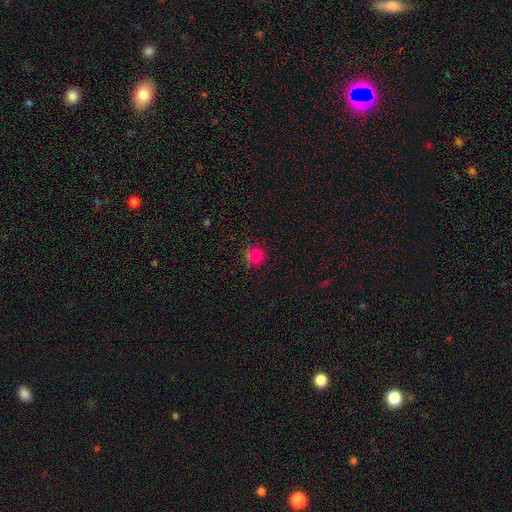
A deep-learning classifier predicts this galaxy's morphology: smooth 79%, star or artifact 16%, featured or disk 5%. Down the decision tree: how rounded — round (91%); merging — none (84%).